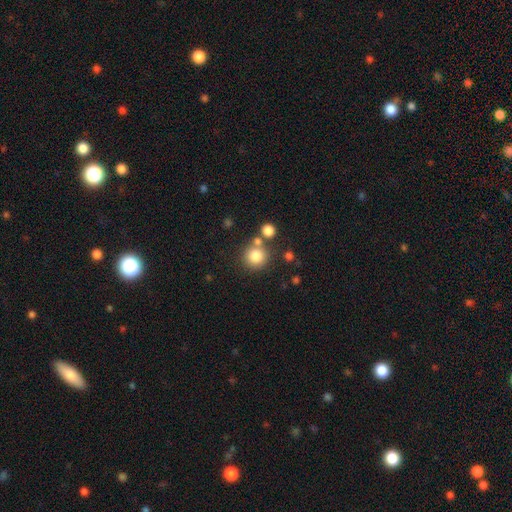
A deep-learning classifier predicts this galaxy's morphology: Smooth or featured?
  - smooth: 81% *
  - star or artifact: 11%
  - featured or disk: 8%
How rounded?
  - round: 93% *
  - in between: 6%
  - cigar-shaped: 1%
Merging?
  - none: 72% *
  - merger: 16%
  - minor disturbance: 9%
  - major disturbance: 3%